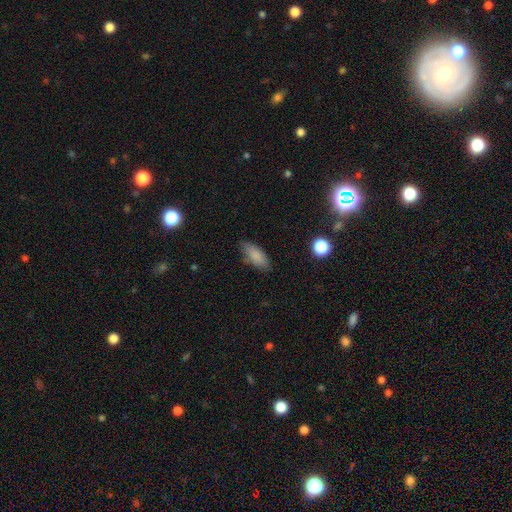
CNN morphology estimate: smooth-or-featured: smooth: 85% | star or artifact: 8% | featured or disk: 7%
  how-rounded: in between: 83% | cigar-shaped: 14% | round: 2%
  merging: none: 79% | minor disturbance: 16% | major disturbance: 3% | merger: 1%